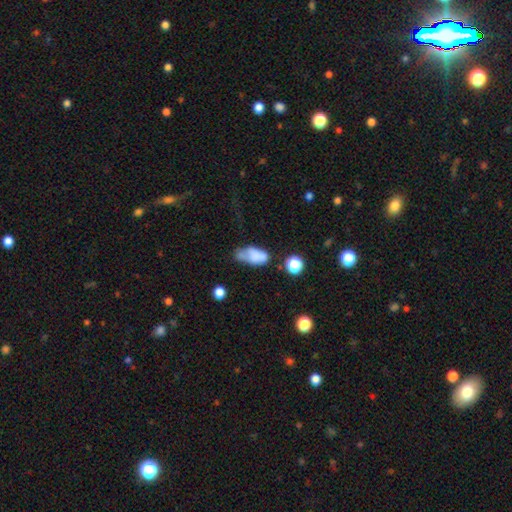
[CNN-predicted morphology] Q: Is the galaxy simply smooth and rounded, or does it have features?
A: smooth — 71%.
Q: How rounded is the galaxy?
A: in between — 89%.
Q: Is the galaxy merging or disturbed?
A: none — 32%.